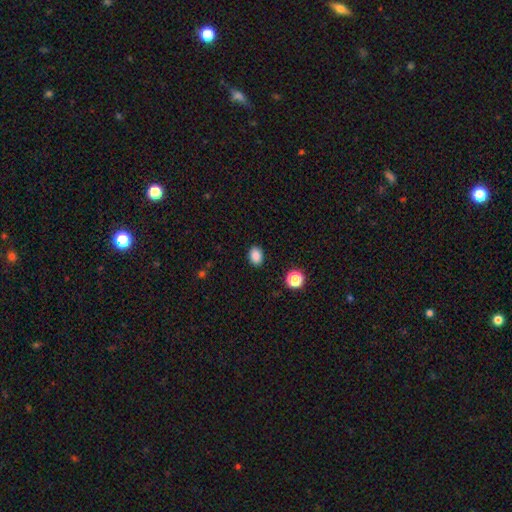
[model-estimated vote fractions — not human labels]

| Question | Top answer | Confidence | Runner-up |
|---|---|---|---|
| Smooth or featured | smooth | 87% | star or artifact (10%) |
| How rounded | in between | 69% | round (30%) |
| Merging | none | 89% | minor disturbance (8%) |